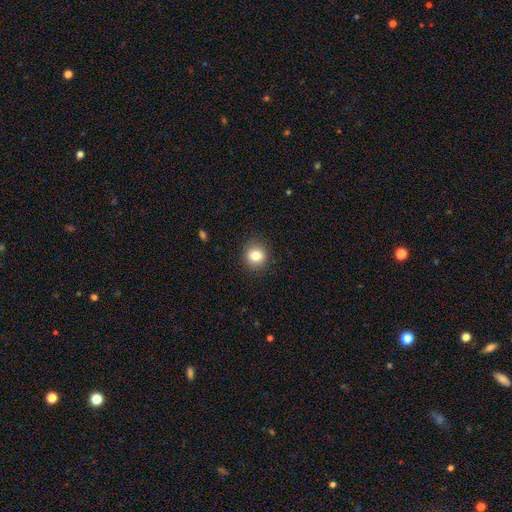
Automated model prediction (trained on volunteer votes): This appears to be a smooth galaxy with no disk features (83%) that is round (84%). Merging: none (90%).